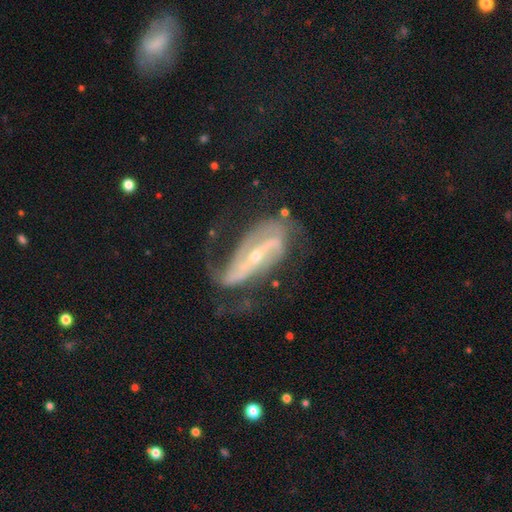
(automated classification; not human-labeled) Smooth or featured? featured or disk (86%)
Edge-on disk? no (90%)
Bar? strong (58%)
Spiral arms? yes (94%)
Spiral winding? medium (40%)
Spiral arm count? 2 (76%)
Bulge size? small (73%)
Merging? none (51%)